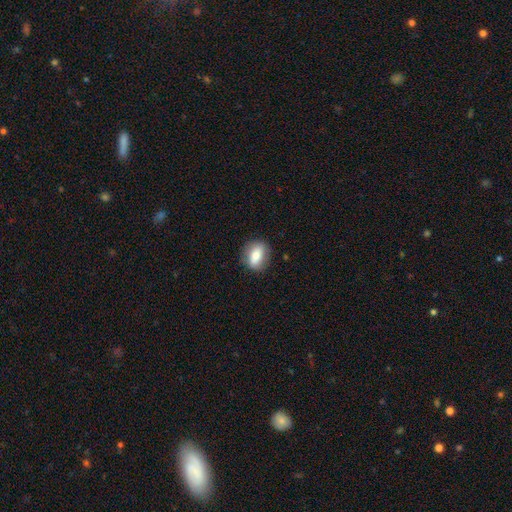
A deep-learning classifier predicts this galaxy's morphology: smooth_or_featured: smooth (p=0.74) [alt: featured or disk p=0.18]
how_rounded: in between (p=0.64) [alt: round p=0.32]
merging: none (p=0.82) [alt: minor disturbance p=0.14]